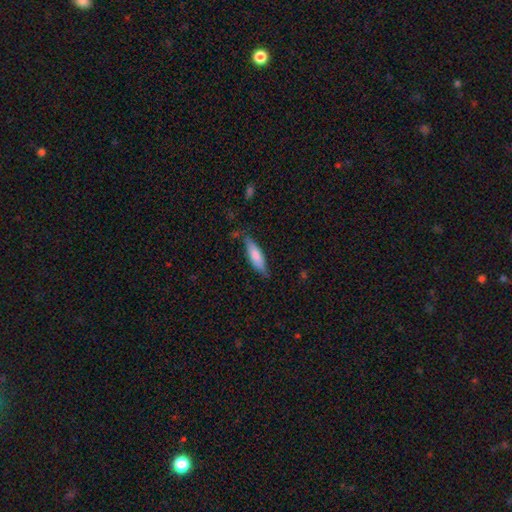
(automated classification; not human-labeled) Smooth or featured?
  - smooth: 75% *
  - featured or disk: 19%
  - star or artifact: 6%
How rounded?
  - cigar-shaped: 56% *
  - in between: 42%
  - round: 2%
Merging?
  - none: 69% *
  - minor disturbance: 23%
  - major disturbance: 5%
  - merger: 2%